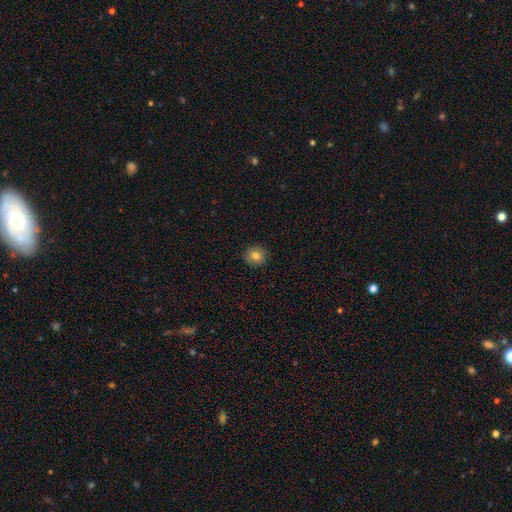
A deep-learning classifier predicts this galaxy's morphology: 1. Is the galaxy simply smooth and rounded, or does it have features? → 80% smooth, 11% star or artifact, 10% featured or disk.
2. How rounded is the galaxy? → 86% round, 13% in between, 1% cigar-shaped.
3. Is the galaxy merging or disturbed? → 89% none, 8% minor disturbance, 2% major disturbance, 1% merger.